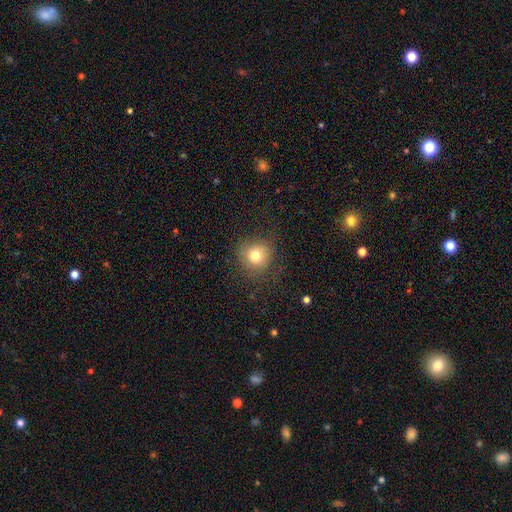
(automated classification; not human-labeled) Morphology: type=smooth (75%); roundness=round (91%); merging=none (81%).